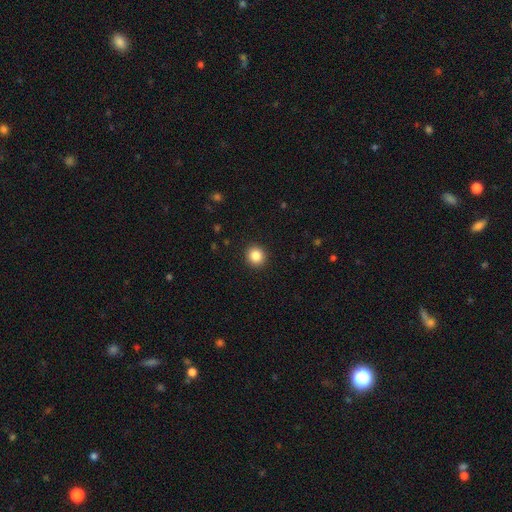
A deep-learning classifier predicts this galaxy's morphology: Overall: smooth (85%). How rounded: round (91%). Merging: none (92%).